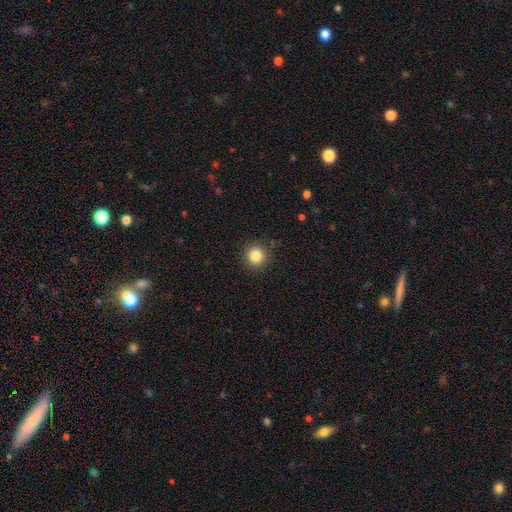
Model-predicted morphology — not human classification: A smooth galaxy with no disk features (84%) that is round (93%). Merging: none (88%).